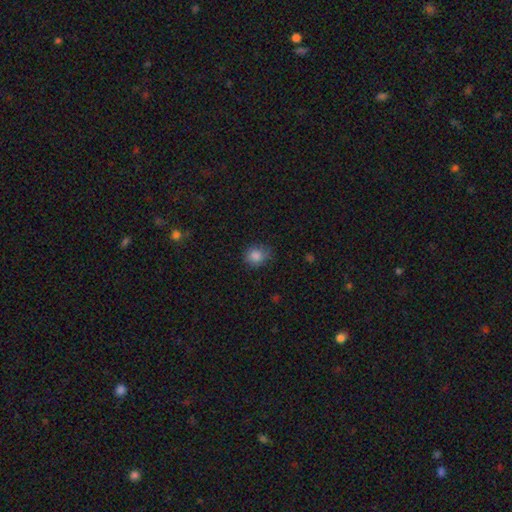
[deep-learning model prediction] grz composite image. It shows a smooth galaxy with no disk features (85%) that is round (65%). Merging: none (75%).